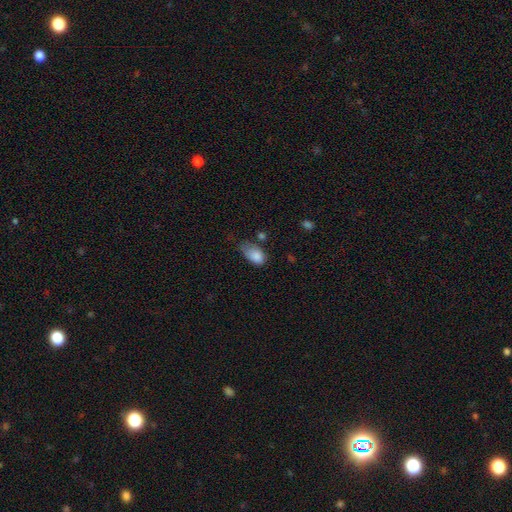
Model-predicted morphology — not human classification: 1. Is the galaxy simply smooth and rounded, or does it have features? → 84% smooth, 8% featured or disk, 8% star or artifact.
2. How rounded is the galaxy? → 88% in between, 10% round, 2% cigar-shaped.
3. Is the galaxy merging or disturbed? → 43% minor disturbance, 31% none, 21% major disturbance, 6% merger.